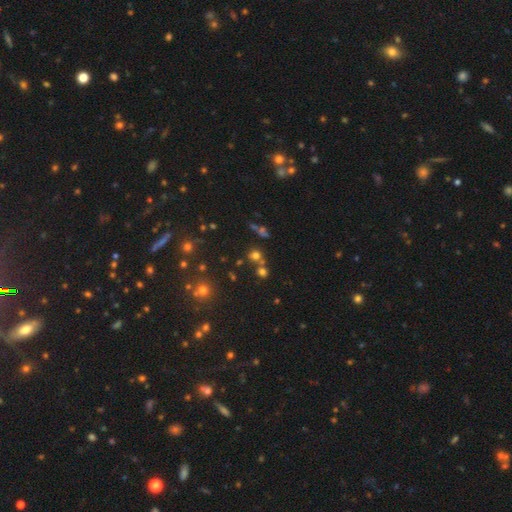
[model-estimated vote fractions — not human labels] smooth_or_featured: smooth (p=0.61) [alt: star or artifact p=0.29]
how_rounded: round (p=0.87) [alt: in between p=0.12]
merging: none (p=0.63) [alt: merger p=0.25]